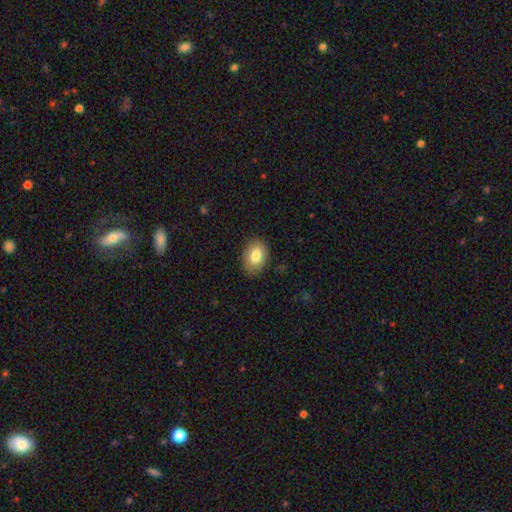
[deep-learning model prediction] This is clearly a smooth galaxy (81%). How rounded: likely in between (78%). Merging: clearly none (86%).